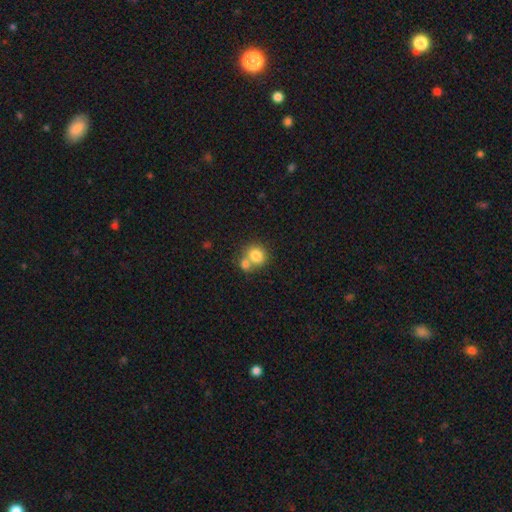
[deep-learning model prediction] A smooth galaxy with no disk features (79%) that is round (77%).

Vote fractions:
- Smooth or featured? smooth: 79% / featured or disk: 11% / star or artifact: 10%
- How rounded? round: 77% / in between: 22% / cigar-shaped: 1%
- Merging? merger: 47% / none: 42% / minor disturbance: 8% / major disturbance: 3%